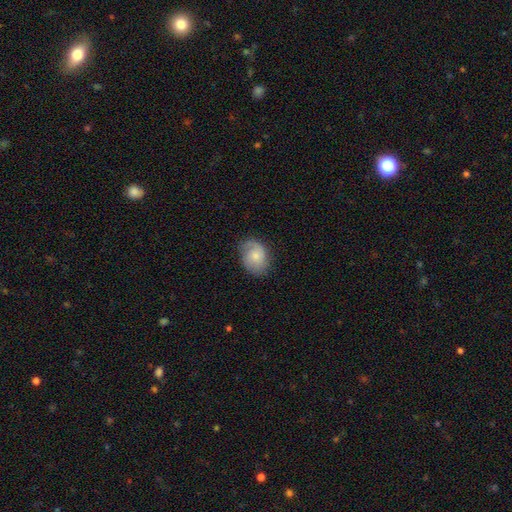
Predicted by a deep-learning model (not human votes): Morphology: type=smooth (51%); roundness=in between (56%); merging=none (69%).